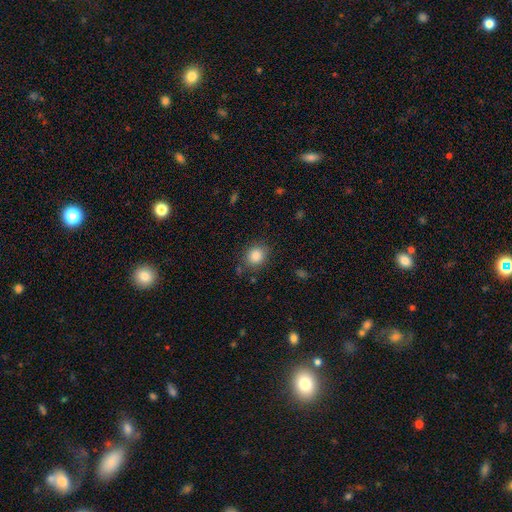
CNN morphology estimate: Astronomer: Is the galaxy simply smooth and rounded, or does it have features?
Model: smooth — 86%.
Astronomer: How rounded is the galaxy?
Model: round — 74%.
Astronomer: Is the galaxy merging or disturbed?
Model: none — 82%.